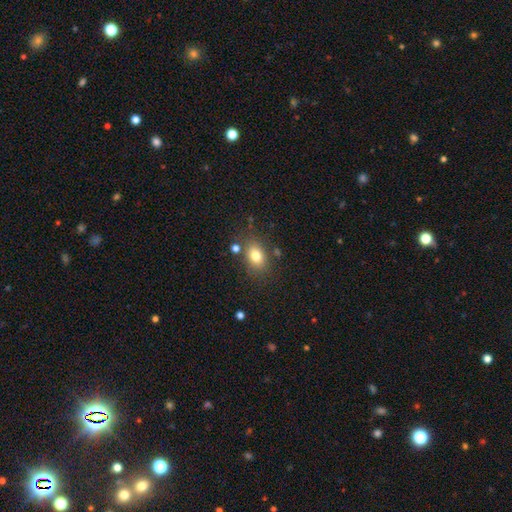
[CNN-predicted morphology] smooth-or-featured: smooth: 78% | star or artifact: 11% | featured or disk: 11%
  how-rounded: in between: 72% | round: 27% | cigar-shaped: 1%
  merging: none: 76% | minor disturbance: 13% | merger: 6% | major disturbance: 5%